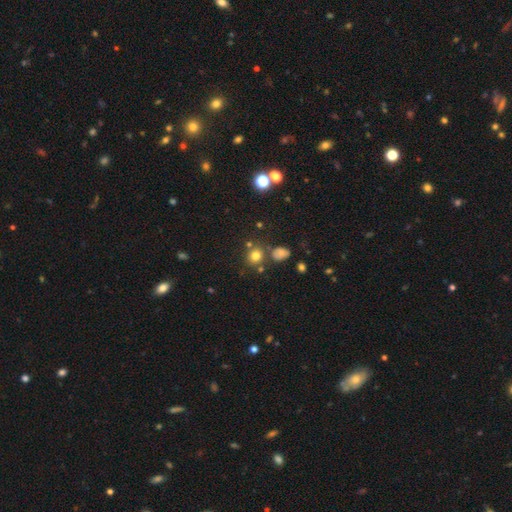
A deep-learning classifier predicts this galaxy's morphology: This appears to be a smooth galaxy with no disk features (75%) that is round (82%). Merging: none (73%).